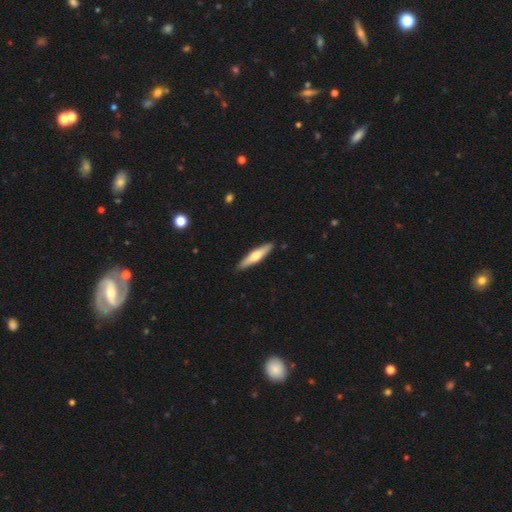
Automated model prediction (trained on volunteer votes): A smooth galaxy with no disk features (51%) that is cigar-shaped (81%).

Vote fractions:
- Smooth or featured? smooth: 51% / featured or disk: 44% / star or artifact: 5%
- How rounded? cigar-shaped: 81% / in between: 17% / round: 2%
- Merging? none: 90% / minor disturbance: 7% / major disturbance: 1% / merger: 1%